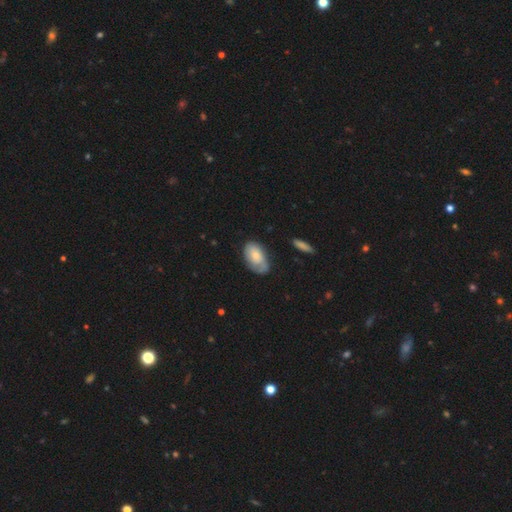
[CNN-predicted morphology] A smooth galaxy with no disk features (62%) that is in between round and cigar-shaped (92%).

Vote fractions:
- Smooth or featured? smooth: 62% / featured or disk: 32% / star or artifact: 6%
- How rounded? in between: 92% / round: 6% / cigar-shaped: 2%
- Merging? none: 55% / minor disturbance: 30% / major disturbance: 12% / merger: 3%